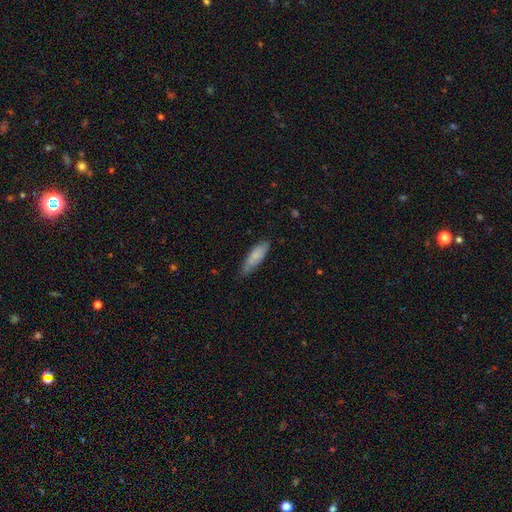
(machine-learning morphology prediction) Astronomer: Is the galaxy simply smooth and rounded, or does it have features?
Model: smooth — 78%.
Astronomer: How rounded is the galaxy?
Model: in between — 52% (runner-up: cigar-shaped, 46%).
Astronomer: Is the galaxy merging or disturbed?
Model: none — 64%.